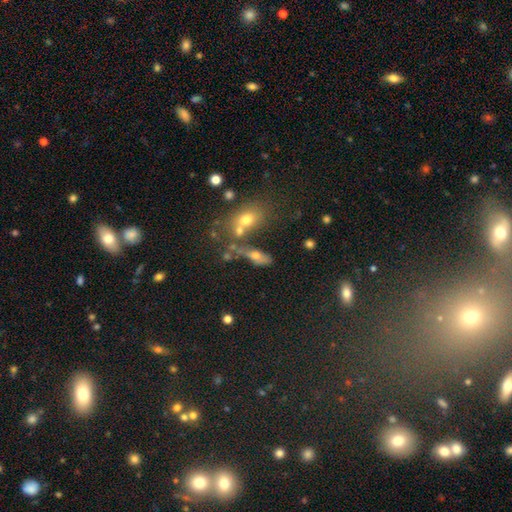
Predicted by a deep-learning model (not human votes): smooth-or-featured: smooth: 57% | featured or disk: 28% | star or artifact: 15%
  how-rounded: in between: 61% | cigar-shaped: 27% | round: 12%
  merging: none: 37% | merger: 31% | minor disturbance: 17% | major disturbance: 14%